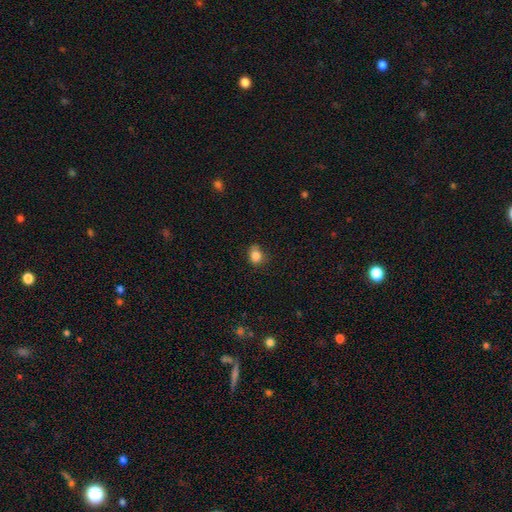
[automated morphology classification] The model was most divided on "how rounded": in between: 50%, round: 49%, cigar-shaped: 1%. More confident: smooth or featured — smooth (84%); merging — none (63%).